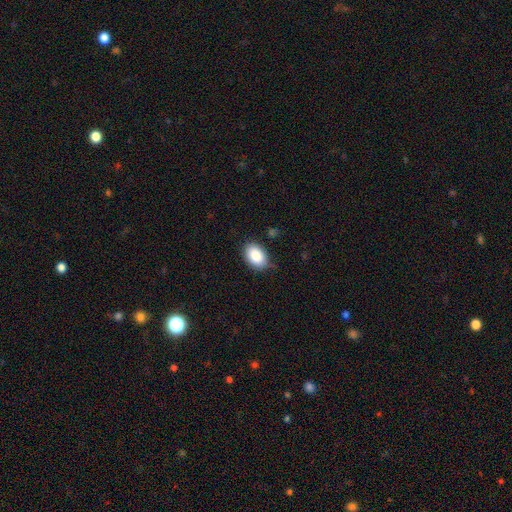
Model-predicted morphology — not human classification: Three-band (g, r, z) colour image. It shows a smooth galaxy with no disk features (88%) that is in between round and cigar-shaped (88%). Merging: none (78%).